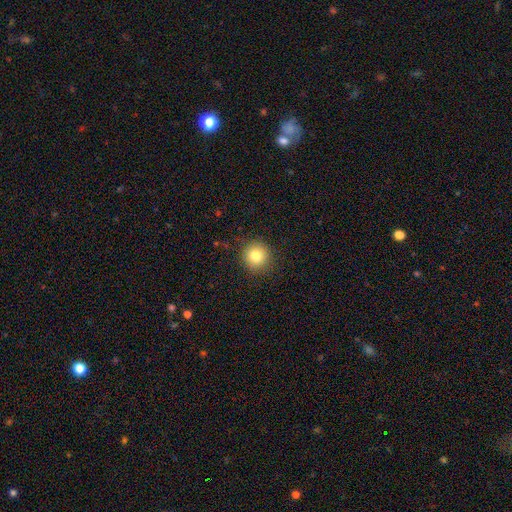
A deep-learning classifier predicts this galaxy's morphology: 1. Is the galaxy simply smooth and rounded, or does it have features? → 81% smooth, 11% star or artifact, 8% featured or disk.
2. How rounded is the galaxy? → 94% round, 5% in between, 1% cigar-shaped.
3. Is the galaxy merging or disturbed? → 89% none, 7% minor disturbance, 3% major disturbance, 1% merger.